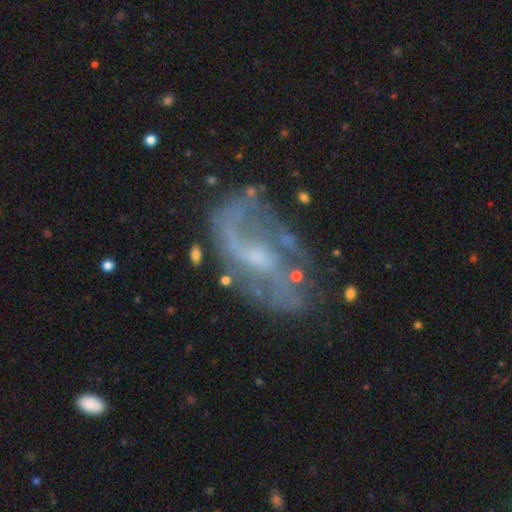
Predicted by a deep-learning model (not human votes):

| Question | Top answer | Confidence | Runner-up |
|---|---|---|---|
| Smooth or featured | featured or disk | 80% | smooth (11%) |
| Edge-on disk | no | 96% | yes (4%) |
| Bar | weak | 46% | no (43%) |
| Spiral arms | yes | 82% | no (18%) |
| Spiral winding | loose | 52% | medium (34%) |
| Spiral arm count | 2 | 60% | can't tell (18%) |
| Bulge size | small | 58% | moderate (24%) |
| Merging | none | 60% | minor disturbance (19%) |